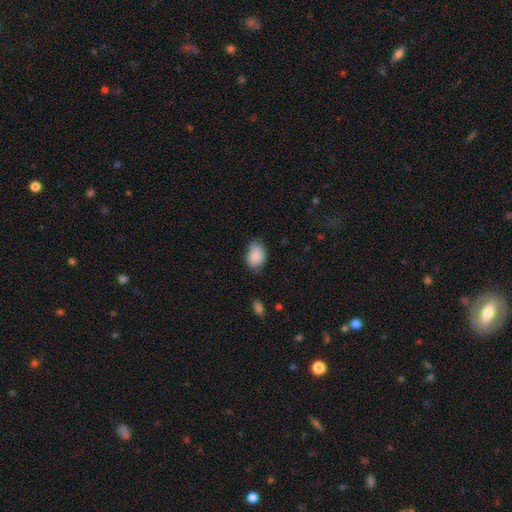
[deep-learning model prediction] Morphology: type=smooth (88%); roundness=in between (80%); merging=none (68%).